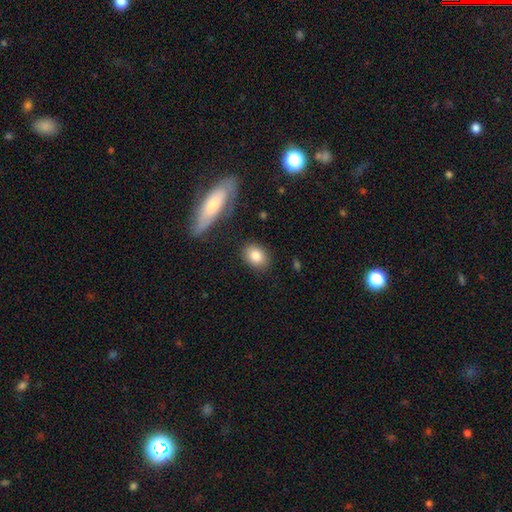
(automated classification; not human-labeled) Q: Smooth or featured?
A: smooth (83%); runner-up: featured or disk (9%)
Q: How rounded?
A: in between (63%); runner-up: round (35%)
Q: Merging?
A: none (86%); runner-up: minor disturbance (9%)